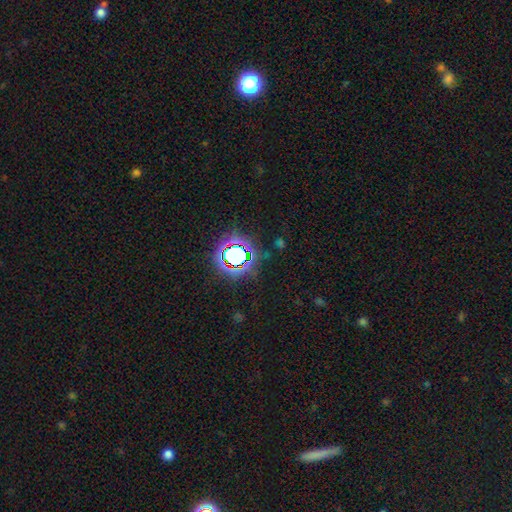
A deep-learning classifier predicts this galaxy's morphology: smooth-or-featured: star or artifact: 76% | smooth: 15% | featured or disk: 9%